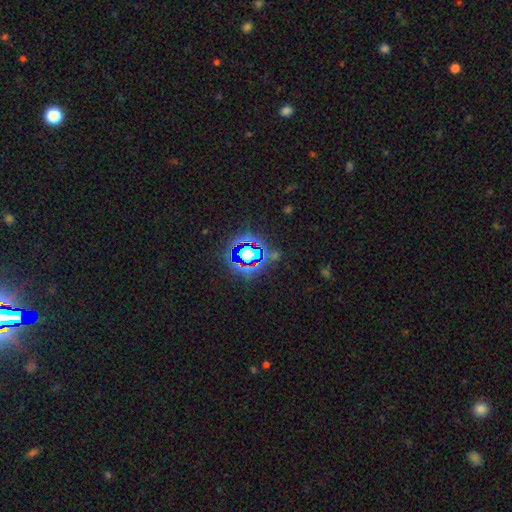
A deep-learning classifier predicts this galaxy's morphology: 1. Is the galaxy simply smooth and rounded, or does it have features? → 80% star or artifact, 13% smooth, 8% featured or disk.